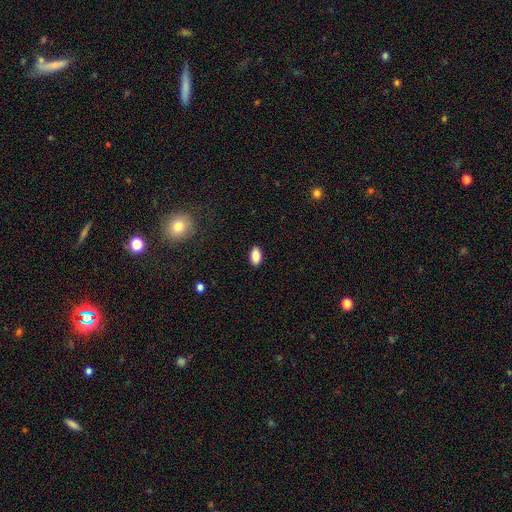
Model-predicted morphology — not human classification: smooth_or_featured: smooth (p=0.86) [alt: star or artifact p=0.08]
how_rounded: in between (p=0.91) [alt: cigar-shaped p=0.05]
merging: none (p=0.89) [alt: minor disturbance p=0.08]